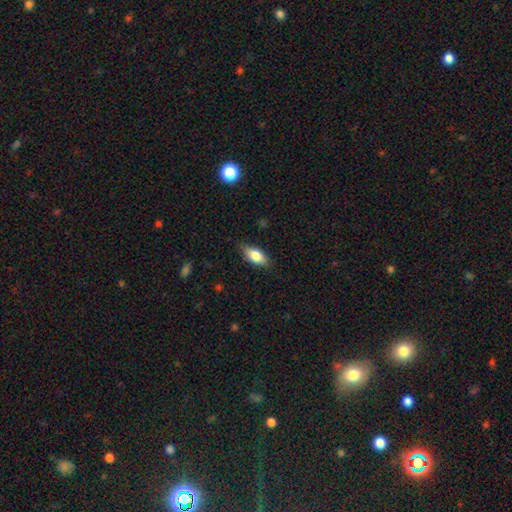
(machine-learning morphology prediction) Q: Smooth or featured?
A: smooth (73%); runner-up: featured or disk (20%)
Q: How rounded?
A: in between (81%); runner-up: cigar-shaped (15%)
Q: Merging?
A: none (80%); runner-up: minor disturbance (16%)